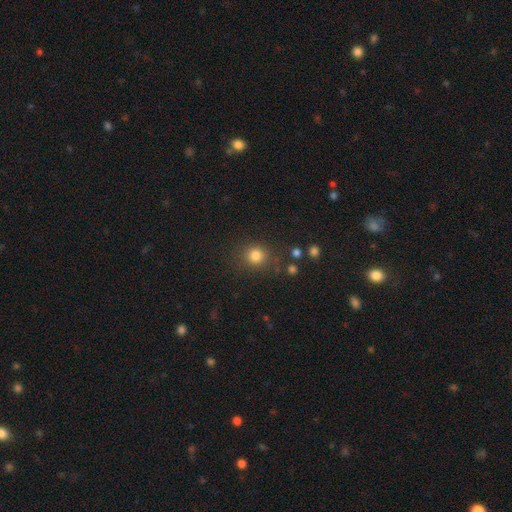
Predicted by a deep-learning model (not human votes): smooth-or-featured: smooth: 82% | star or artifact: 13% | featured or disk: 5%
  how-rounded: round: 86% | in between: 13% | cigar-shaped: 1%
  merging: none: 82% | minor disturbance: 10% | major disturbance: 5% | merger: 3%